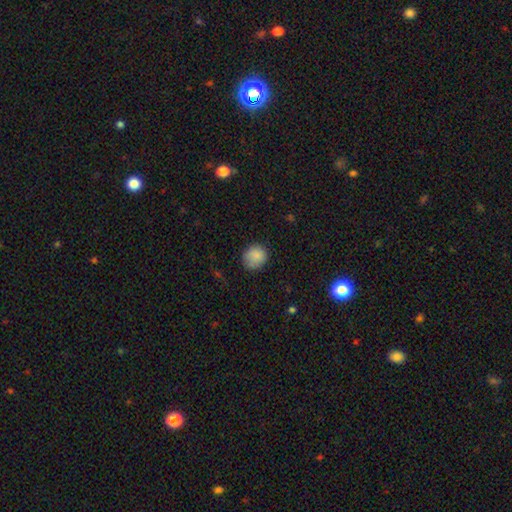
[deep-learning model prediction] This is clearly a smooth galaxy (87%). How rounded: clearly round (81%). Merging: likely none (78%).